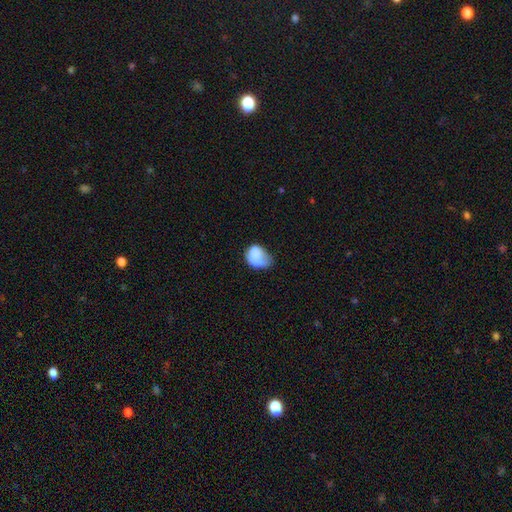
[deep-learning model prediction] This appears to be a smooth galaxy with no disk features (78%) that is in between round and cigar-shaped (69%). Merging: minor disturbance (42%).